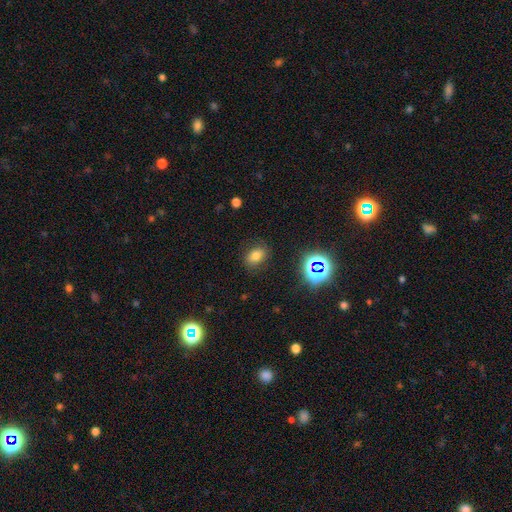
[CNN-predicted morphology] Q: Smooth or featured?
A: smooth (73%); runner-up: star or artifact (18%)
Q: How rounded?
A: in between (69%); runner-up: round (30%)
Q: Merging?
A: none (84%); runner-up: minor disturbance (11%)